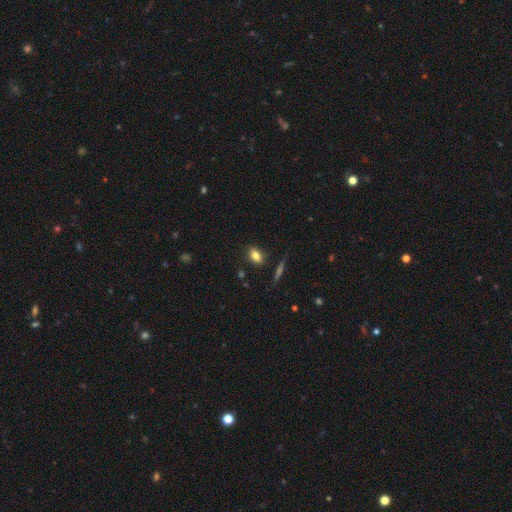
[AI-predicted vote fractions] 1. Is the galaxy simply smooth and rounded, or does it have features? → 80% smooth, 10% featured or disk, 10% star or artifact.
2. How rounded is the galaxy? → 81% in between, 14% round, 5% cigar-shaped.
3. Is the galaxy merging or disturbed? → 84% none, 11% minor disturbance, 3% major disturbance, 2% merger.